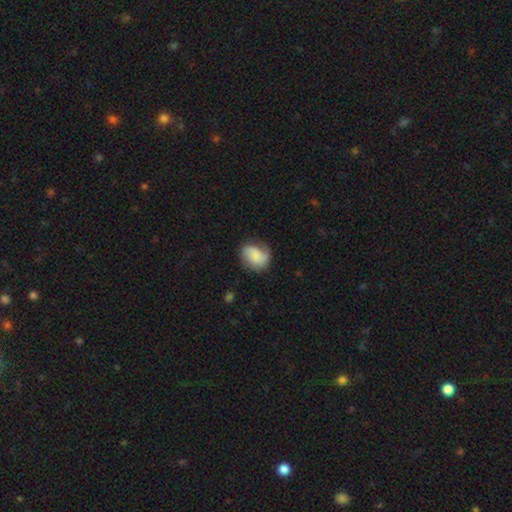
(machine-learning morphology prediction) smooth-or-featured: smooth: 48% | featured or disk: 44% | star or artifact: 8%
  merging: none: 64% | minor disturbance: 23% | major disturbance: 11% | merger: 1%